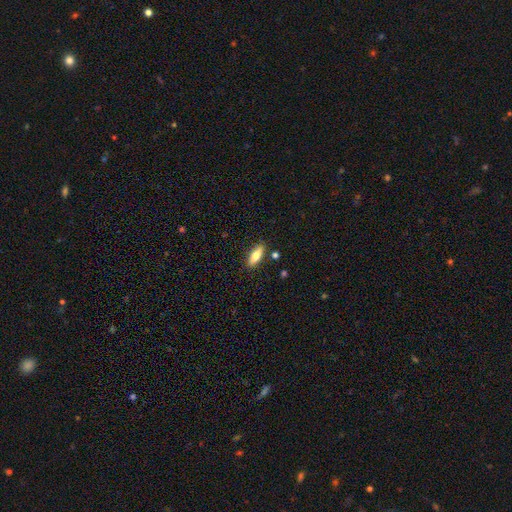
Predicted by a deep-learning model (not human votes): Smooth or featured?
  - smooth: 67% *
  - featured or disk: 27%
  - star or artifact: 6%
How rounded?
  - in between: 65% *
  - cigar-shaped: 32%
  - round: 3%
Merging?
  - none: 86% *
  - minor disturbance: 9%
  - merger: 3%
  - major disturbance: 2%